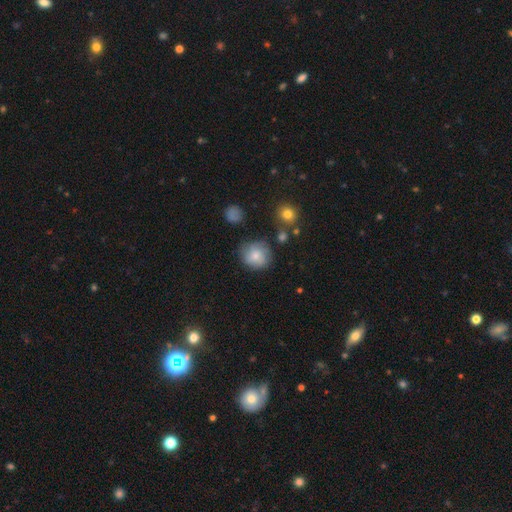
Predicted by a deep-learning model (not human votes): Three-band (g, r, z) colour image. It shows a smooth galaxy with no disk features (78%) that is round (84%). Merging: none (69%).